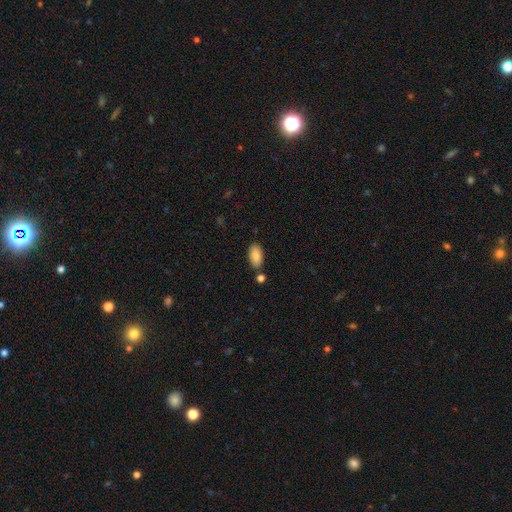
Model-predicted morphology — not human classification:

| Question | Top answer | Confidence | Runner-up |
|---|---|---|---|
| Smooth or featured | smooth | 86% | star or artifact (7%) |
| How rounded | in between | 94% | round (3%) |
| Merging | none | 79% | minor disturbance (11%) |